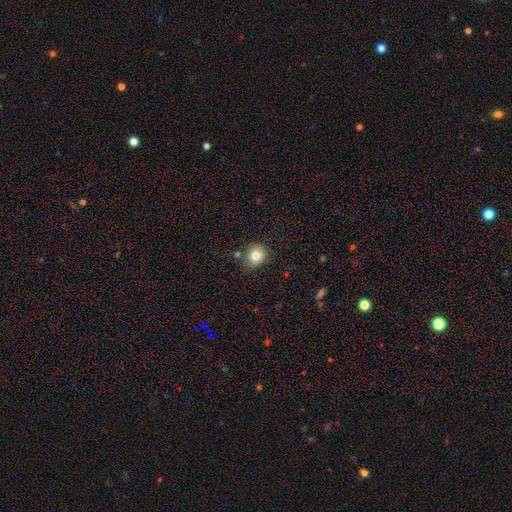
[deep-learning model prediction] Smooth or featured: smooth — 81% (star or artifact — 11%)
How rounded: round — 84% (in between — 15%)
Merging: none — 76% (minor disturbance — 15%)